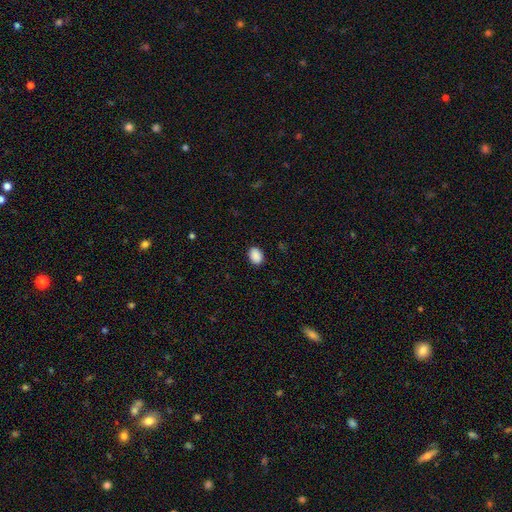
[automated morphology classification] Smooth or featured?
  - smooth: 90% *
  - star or artifact: 8%
  - featured or disk: 2%
How rounded?
  - in between: 72% *
  - round: 27%
  - cigar-shaped: 1%
Merging?
  - none: 88% *
  - minor disturbance: 8%
  - major disturbance: 2%
  - merger: 1%